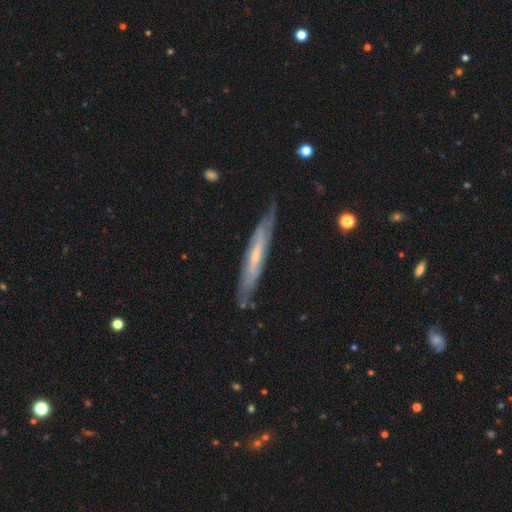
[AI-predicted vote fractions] Smooth or featured?
  - featured or disk: 67% *
  - smooth: 28%
  - star or artifact: 5%
Edge-on disk?
  - yes: 72% *
  - no: 28%
Merging?
  - none: 76% *
  - minor disturbance: 18%
  - major disturbance: 4%
  - merger: 2%